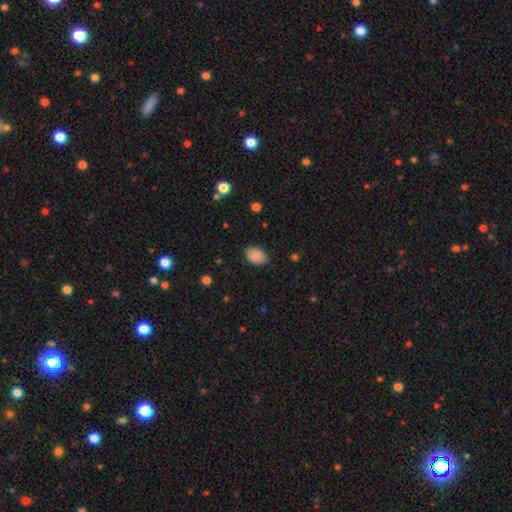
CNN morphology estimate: Smooth or featured?
  - smooth: 83% *
  - featured or disk: 10%
  - star or artifact: 8%
How rounded?
  - in between: 83% *
  - round: 16%
  - cigar-shaped: 1%
Merging?
  - none: 81% *
  - minor disturbance: 15%
  - major disturbance: 3%
  - merger: 1%